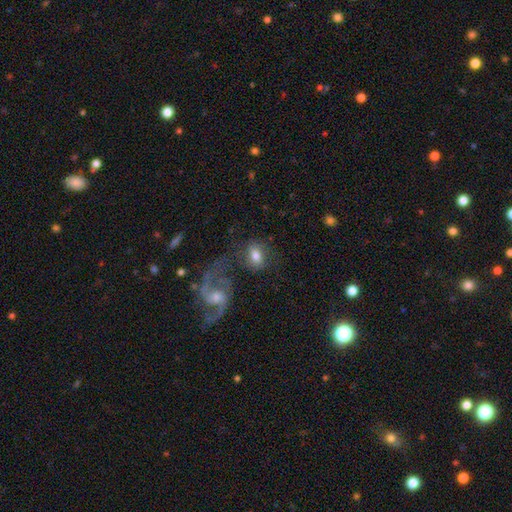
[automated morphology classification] The model was most divided on "smooth or featured": smooth: 60%, featured or disk: 31%, star or artifact: 9%. More confident: how rounded — in between (70%); merging — none (55%).